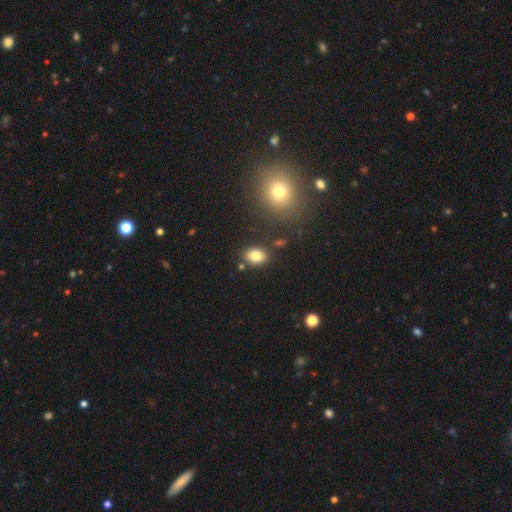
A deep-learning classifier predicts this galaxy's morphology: smooth_or_featured: smooth (p=0.82) [alt: star or artifact p=0.10]
how_rounded: in between (p=0.76) [alt: round p=0.23]
merging: none (p=0.82) [alt: minor disturbance p=0.10]